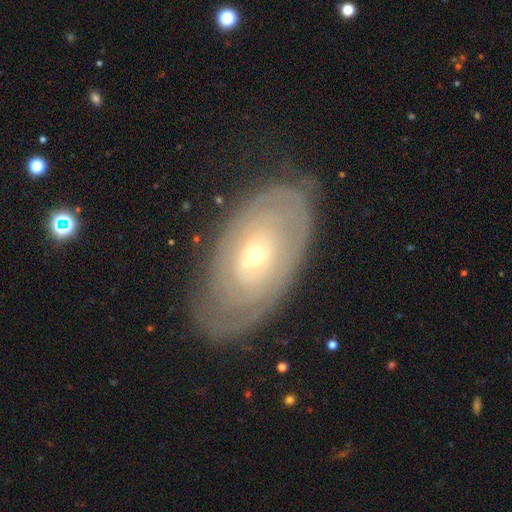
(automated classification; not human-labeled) A featured or disk galaxy (71%) with no bar (81%), spiral arms (69%) and a small central bulge (69%).

Vote fractions:
- Smooth or featured? featured or disk: 71% / smooth: 22% / star or artifact: 7%
- Edge-on disk? no: 92% / yes: 8%
- Bar? no: 81% / weak: 15% / strong: 4%
- Spiral arms? yes: 69% / no: 31%
- Bulge size? small: 69% / moderate: 28% / large: 1% / dominant: 1% / none: 1%
- Merging? none: 77% / minor disturbance: 16% / major disturbance: 6% / merger: 1%